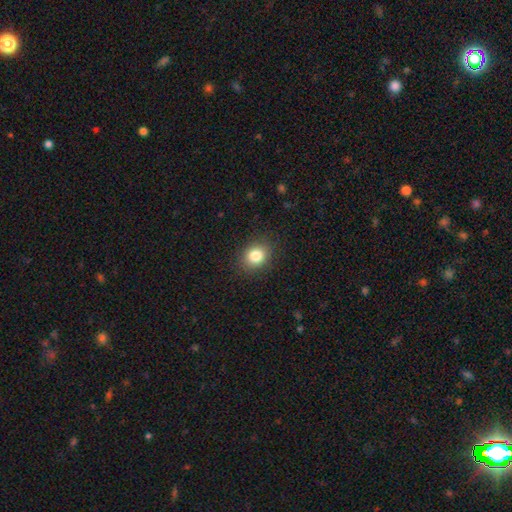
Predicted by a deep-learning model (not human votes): Smooth or featured: smooth — 83% (star or artifact — 10%)
How rounded: round — 55% (in between — 44%)
Merging: none — 88% (minor disturbance — 9%)